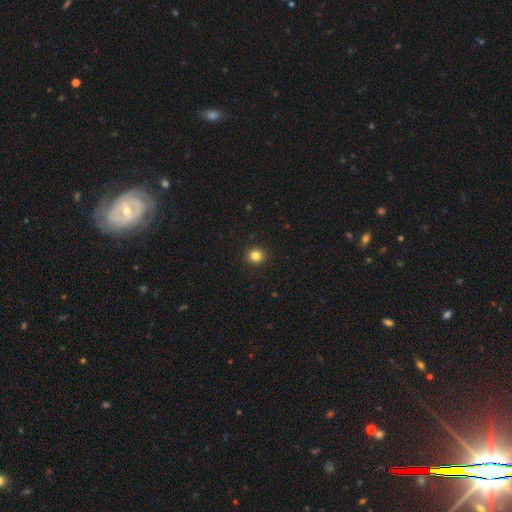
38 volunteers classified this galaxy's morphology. Smooth or featured?
  - smooth: 92% *
  - featured or disk: 5%
  - star or artifact: 3%
How rounded?
  - round: 89% *
  - in between: 9%
  - cigar-shaped: 3%
Merging?
  - none: 100% *
  - minor disturbance: 0%
  - major disturbance: 0%
  - merger: 0%